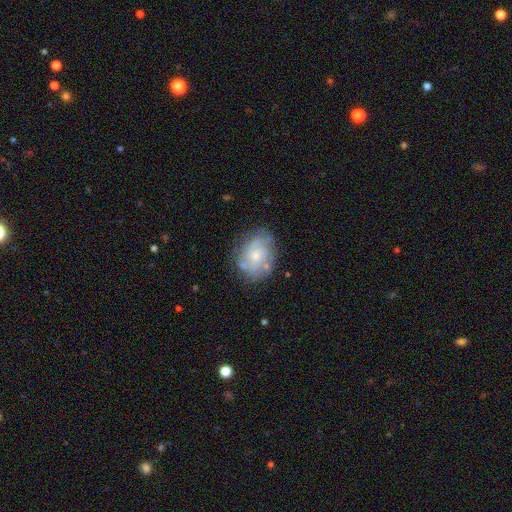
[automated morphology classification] Overall: featured or disk (54%; smooth 39%). Edge-on disk: no (97%). Bar: no (81%). Spiral arms: yes (62%; no 38%). Bulge size: small (56%; moderate 37%). Merging: none (66%).